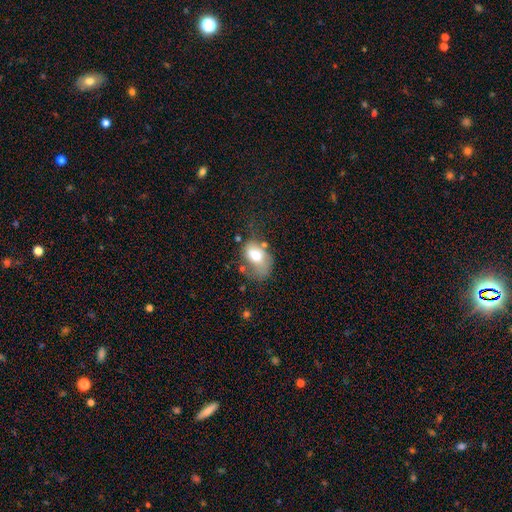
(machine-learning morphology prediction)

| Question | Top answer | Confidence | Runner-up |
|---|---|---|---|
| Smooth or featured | smooth | 67% | featured or disk (24%) |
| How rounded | in between | 79% | round (19%) |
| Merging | none | 36% | minor disturbance (31%) |